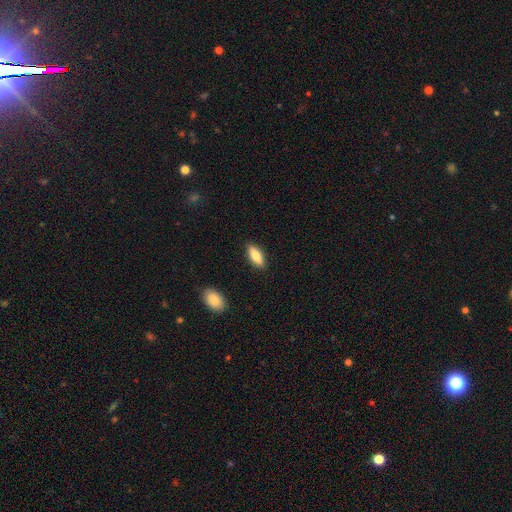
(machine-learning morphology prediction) Q: Smooth or featured?
A: smooth (78%); runner-up: featured or disk (16%)
Q: How rounded?
A: in between (71%); runner-up: cigar-shaped (27%)
Q: Merging?
A: none (88%); runner-up: minor disturbance (9%)